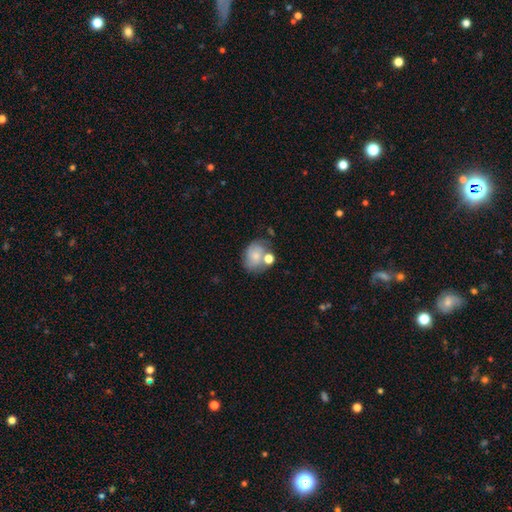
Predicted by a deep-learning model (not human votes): A smooth galaxy with no disk features (60%) that is round (50%).

Vote fractions:
- Smooth or featured? smooth: 60% / featured or disk: 30% / star or artifact: 9%
- How rounded? round: 50% / in between: 49% / cigar-shaped: 1%
- Merging? none: 45% / merger: 25% / minor disturbance: 20% / major disturbance: 10%